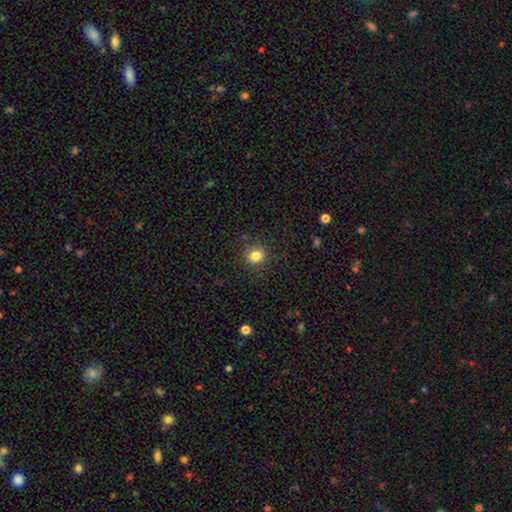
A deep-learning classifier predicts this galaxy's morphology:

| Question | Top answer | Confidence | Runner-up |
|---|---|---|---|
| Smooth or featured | smooth | 82% | star or artifact (12%) |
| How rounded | round | 83% | in between (16%) |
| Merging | none | 87% | minor disturbance (8%) |